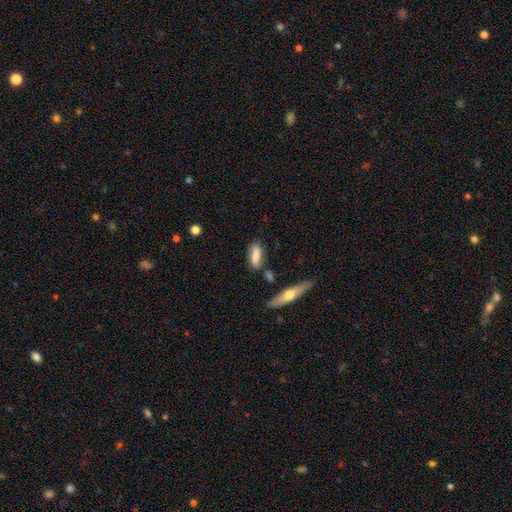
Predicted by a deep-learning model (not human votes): A smooth galaxy with no disk features (72%) that is in between round and cigar-shaped (55%). Merging: none (70%).